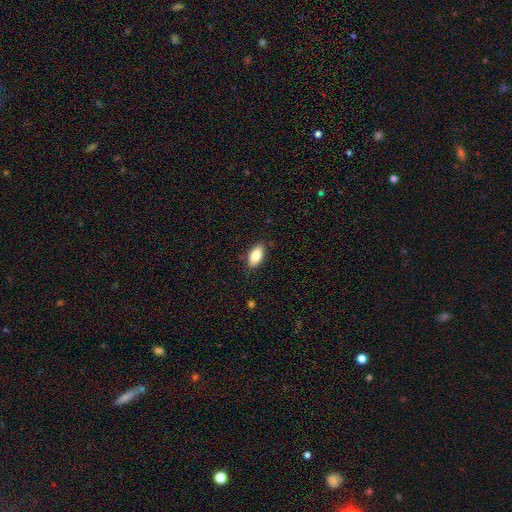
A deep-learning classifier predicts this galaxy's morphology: Smooth or featured? Predicted: smooth (p=0.83). How rounded? Predicted: in between (p=0.91). Merging? Predicted: none (p=0.85).